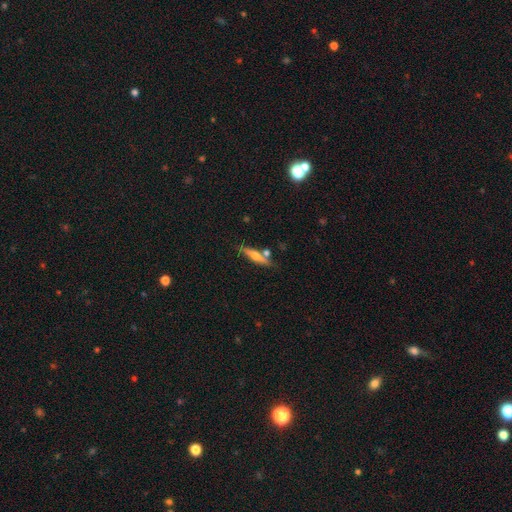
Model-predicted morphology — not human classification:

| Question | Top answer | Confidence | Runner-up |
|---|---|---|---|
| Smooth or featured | featured or disk | 51% | smooth (43%) |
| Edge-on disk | yes | 92% | no (8%) |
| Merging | none | 72% | minor disturbance (14%) |